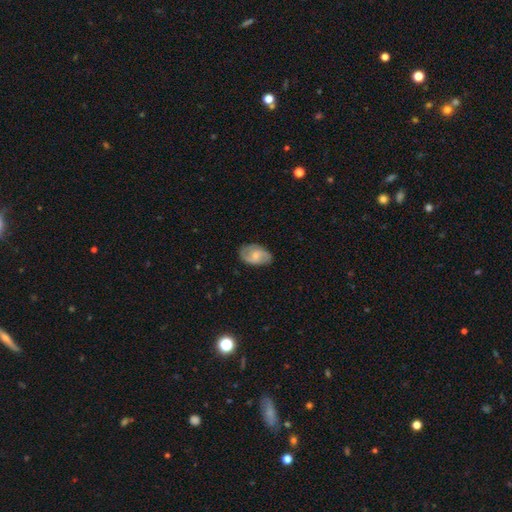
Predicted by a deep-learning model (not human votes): Overall: featured or disk (58%; smooth 35%). Edge-on disk: no (96%). Bar: no (53%; weak 40%). Spiral arms: yes (87%). Bulge size: small (53%; moderate 39%). Merging: none (78%).